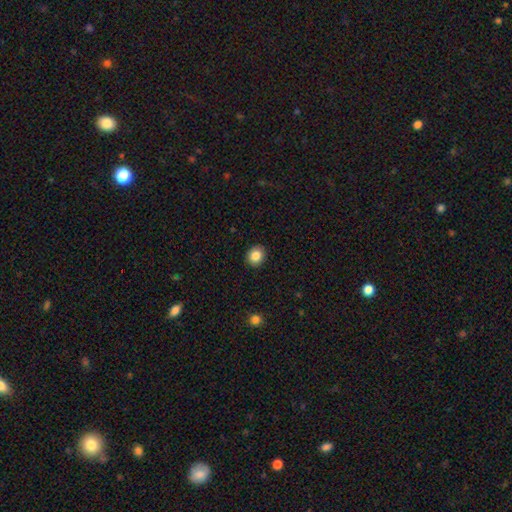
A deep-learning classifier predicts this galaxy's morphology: Smooth or featured? Predicted: smooth (p=0.85). How rounded? Predicted: round (p=0.72). Merging? Predicted: none (p=0.91).